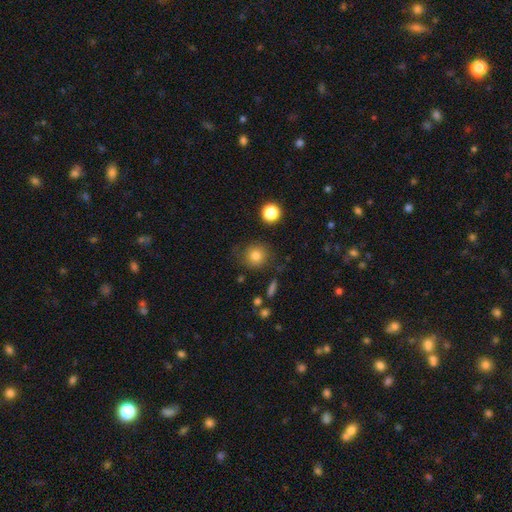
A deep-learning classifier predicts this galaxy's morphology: smooth-or-featured: smooth: 79% | star or artifact: 12% | featured or disk: 9%
  how-rounded: round: 90% | in between: 9% | cigar-shaped: 1%
  merging: none: 77% | minor disturbance: 15% | major disturbance: 6% | merger: 3%